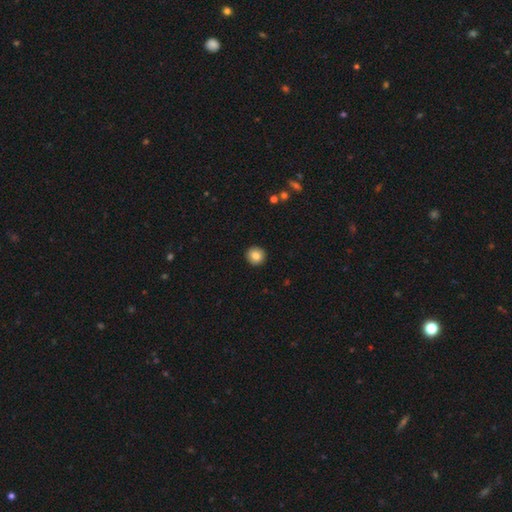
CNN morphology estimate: type=smooth (84%); roundness=round (92%); merging=none (93%).